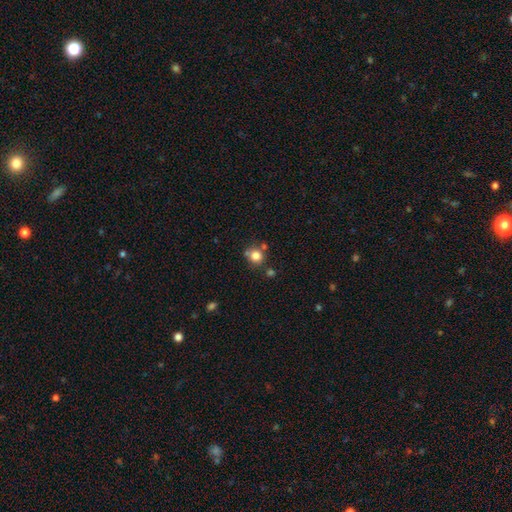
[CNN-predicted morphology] Smooth or featured? Predicted: smooth (p=0.80). How rounded? Predicted: round (p=0.86). Merging? Predicted: none (p=0.66).